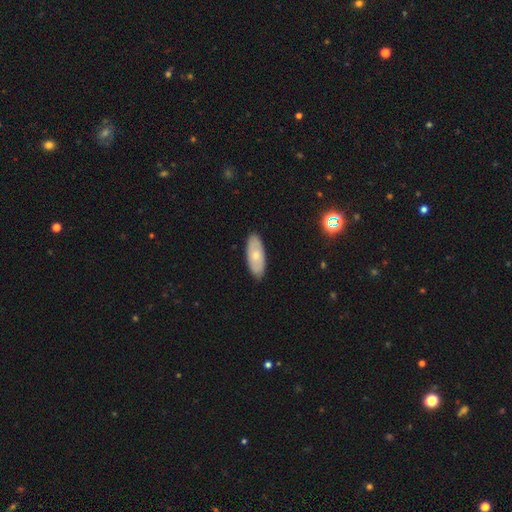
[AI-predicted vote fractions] A smooth galaxy with no disk features (60%) that is in between round and cigar-shaped (83%). Merging: none (85%).